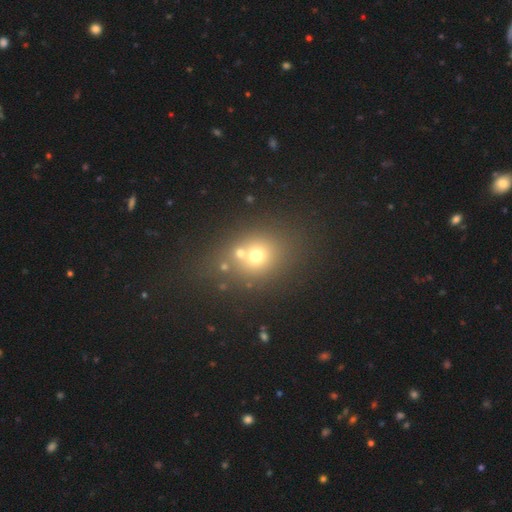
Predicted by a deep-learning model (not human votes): A smooth galaxy with no disk features (64%) that is round (66%). Merging: none (58%).